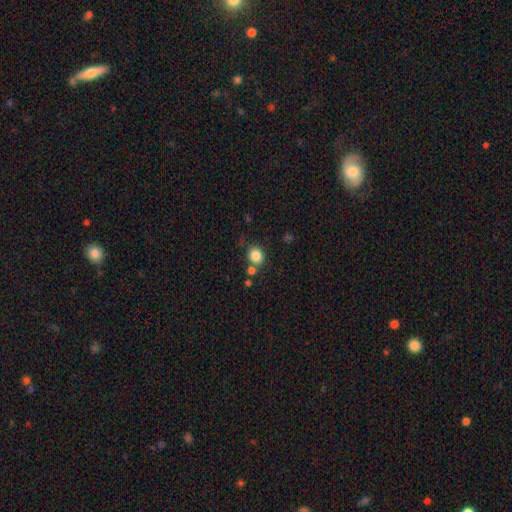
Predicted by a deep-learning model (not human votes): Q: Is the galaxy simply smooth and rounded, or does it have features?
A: smooth — 84%.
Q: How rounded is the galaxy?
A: round — 75%.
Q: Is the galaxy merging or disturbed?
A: none — 71%.